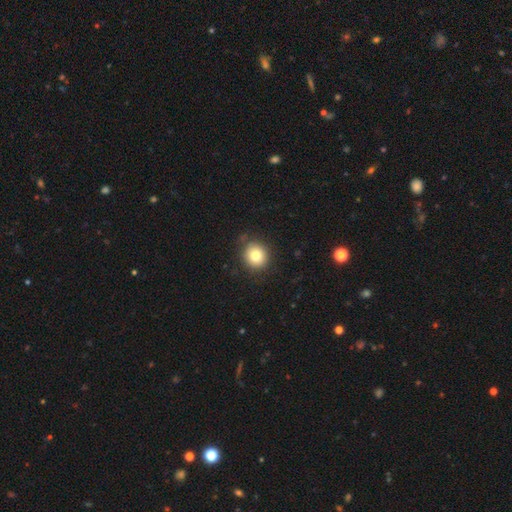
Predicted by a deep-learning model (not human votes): The model was most divided on "smooth or featured": smooth: 78%, star or artifact: 11%, featured or disk: 10%. More confident: how rounded — round (90%); merging — none (85%).